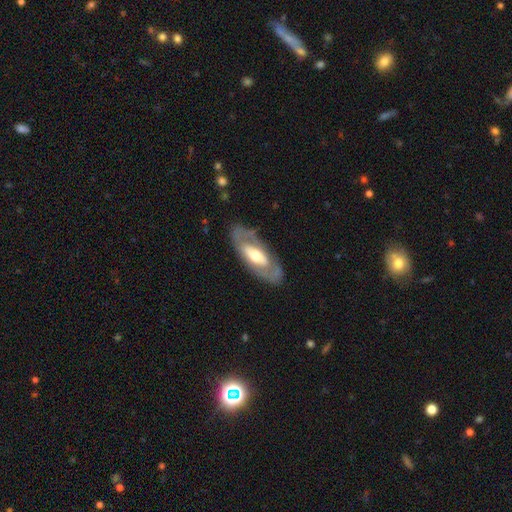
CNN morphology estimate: A featured or disk galaxy (65%) with no bar (48%), no spiral arms (59%) and a moderate central bulge (61%). Merging: none (76%).